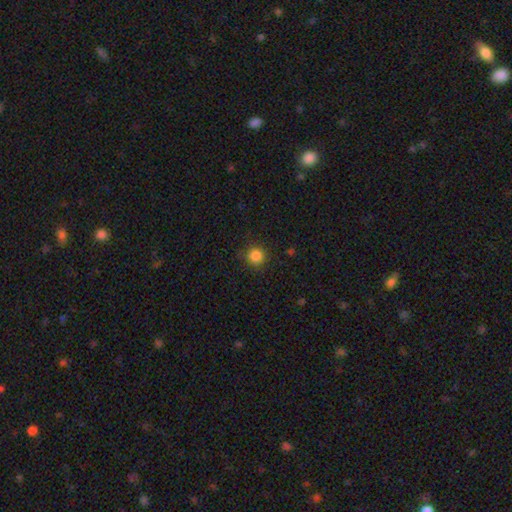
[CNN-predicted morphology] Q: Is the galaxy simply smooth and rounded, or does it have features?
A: smooth — 85%.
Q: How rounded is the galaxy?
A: round — 93%.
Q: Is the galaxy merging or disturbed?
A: none — 88%.